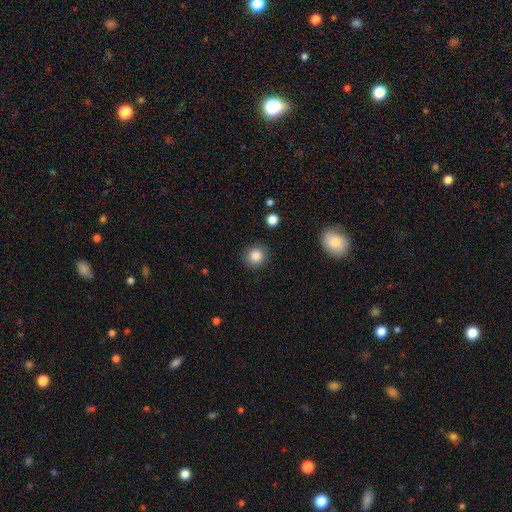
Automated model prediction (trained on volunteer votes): This appears to be a smooth galaxy with no disk features (86%) that is round (90%). Merging: none (89%).